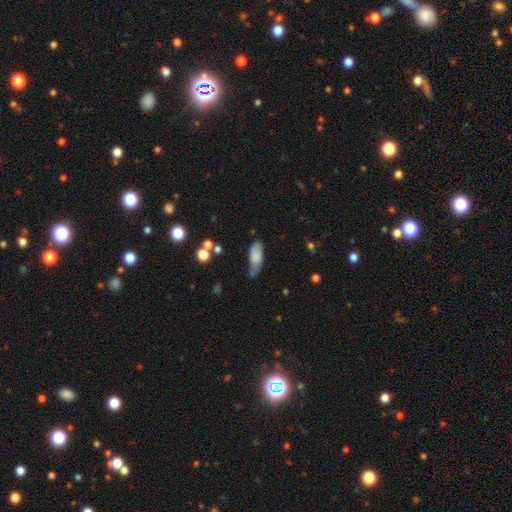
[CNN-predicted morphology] smooth_or_featured: smooth (p=0.78) [alt: featured or disk p=0.14]
how_rounded: in between (p=0.75) [alt: cigar-shaped p=0.23]
merging: minor disturbance (p=0.42) [alt: none p=0.38]